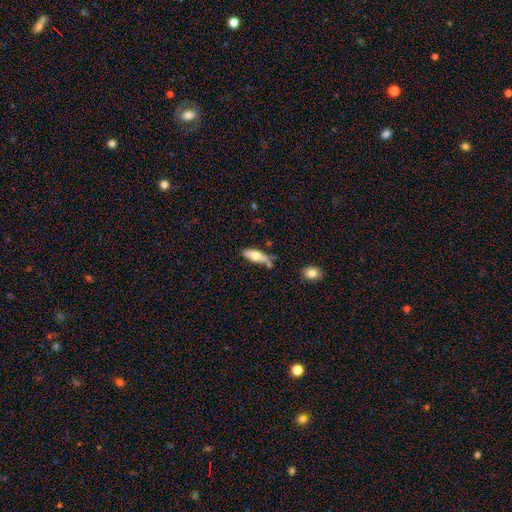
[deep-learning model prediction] Smooth or featured: smooth — 67% (featured or disk — 27%)
How rounded: in between — 63% (cigar-shaped — 34%)
Merging: none — 62% (minor disturbance — 21%)